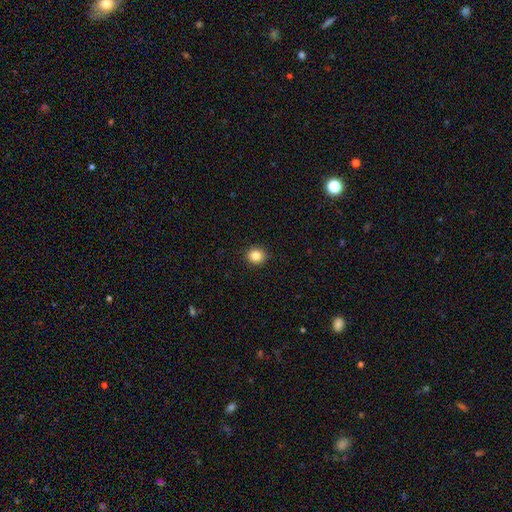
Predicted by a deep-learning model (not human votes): This appears to be a smooth galaxy with no disk features (85%) that is round (85%). Merging: none (91%).